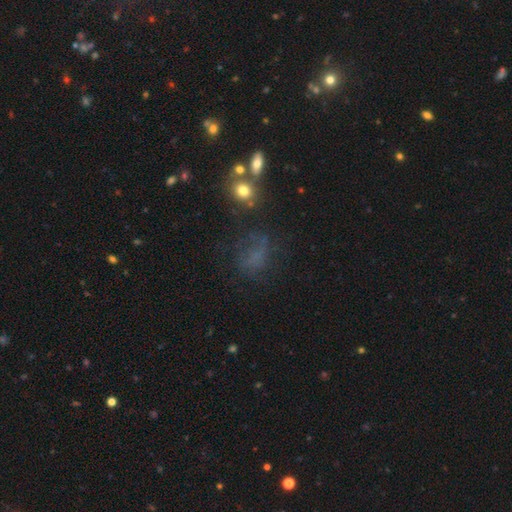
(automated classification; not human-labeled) A smooth galaxy with no disk features (50%) that is in between round and cigar-shaped (59%).

Vote fractions:
- Smooth or featured? smooth: 50% / star or artifact: 28% / featured or disk: 21%
- How rounded? in between: 59% / round: 36% / cigar-shaped: 5%
- Merging? none: 46% / major disturbance: 25% / minor disturbance: 23% / merger: 7%